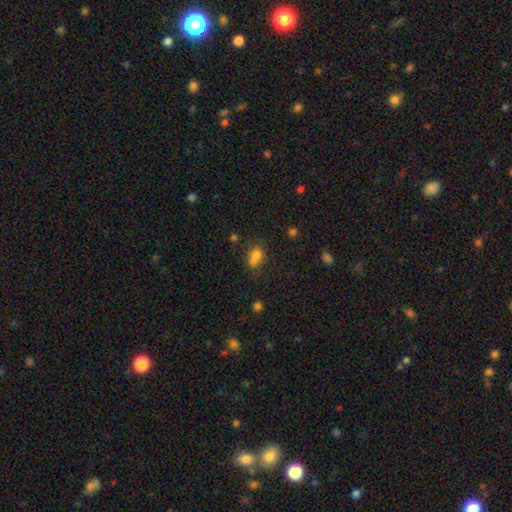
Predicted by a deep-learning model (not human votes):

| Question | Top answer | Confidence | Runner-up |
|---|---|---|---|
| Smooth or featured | smooth | 72% | featured or disk (14%) |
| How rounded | round | 61% | in between (38%) |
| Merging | merger | 52% | none (34%) |